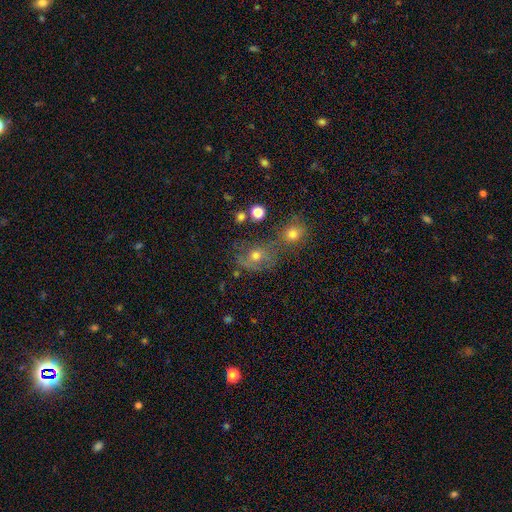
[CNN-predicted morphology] Smooth or featured?
  - smooth: 51% *
  - featured or disk: 27%
  - star or artifact: 22%
How rounded?
  - round: 58% *
  - in between: 41%
  - cigar-shaped: 2%
Merging?
  - none: 41% *
  - merger: 30%
  - minor disturbance: 16%
  - major disturbance: 12%